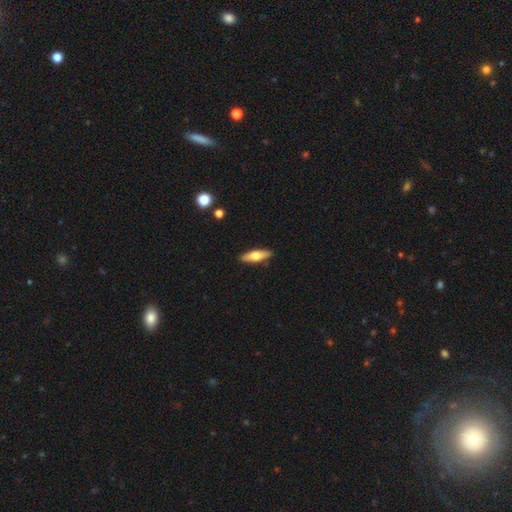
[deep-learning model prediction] A smooth galaxy with no disk features (56%) that is cigar-shaped (53%).

Vote fractions:
- Smooth or featured? smooth: 56% / featured or disk: 38% / star or artifact: 6%
- How rounded? cigar-shaped: 53% / in between: 44% / round: 2%
- Merging? none: 89% / minor disturbance: 8% / major disturbance: 2% / merger: 1%